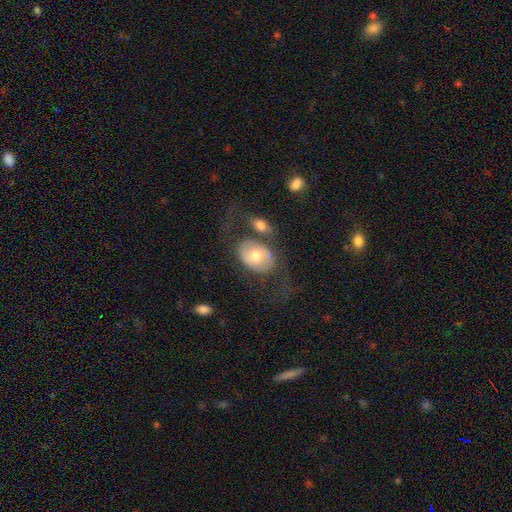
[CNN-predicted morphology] smooth-or-featured: smooth: 48% | featured or disk: 46% | star or artifact: 6%
  merging: none: 47% | merger: 19% | major disturbance: 18% | minor disturbance: 16%